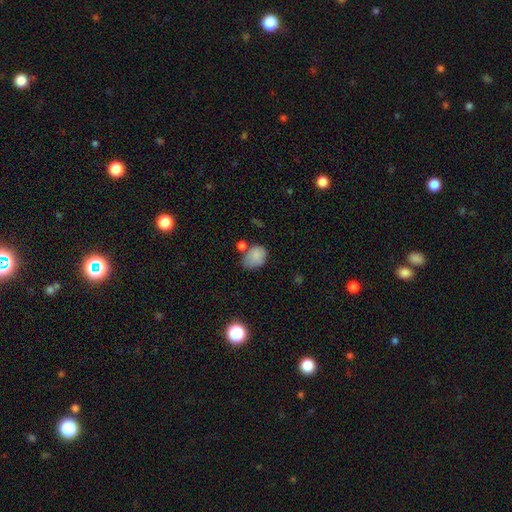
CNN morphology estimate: smooth-or-featured: smooth: 81% | star or artifact: 10% | featured or disk: 9%
  how-rounded: in between: 66% | round: 33% | cigar-shaped: 1%
  merging: none: 46% | minor disturbance: 28% | merger: 15% | major disturbance: 11%